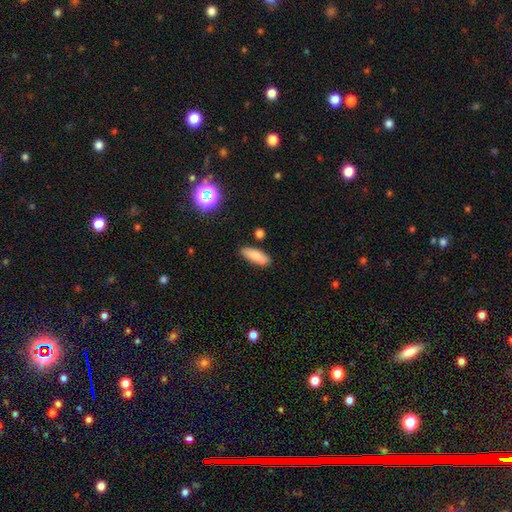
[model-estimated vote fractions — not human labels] smooth-or-featured: smooth: 82% | featured or disk: 10% | star or artifact: 8%
  how-rounded: in between: 64% | cigar-shaped: 34% | round: 3%
  merging: none: 84% | minor disturbance: 10% | merger: 3% | major disturbance: 2%